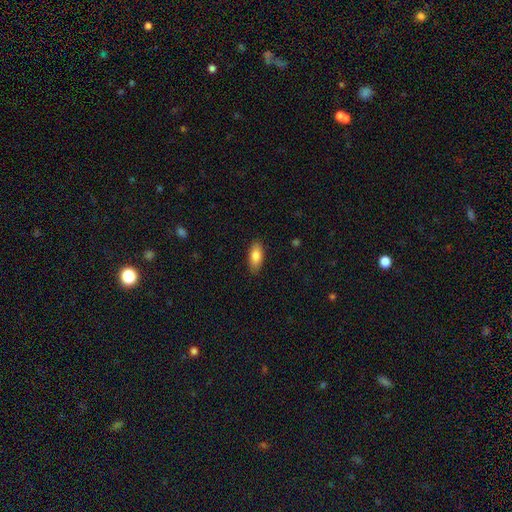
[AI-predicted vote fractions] Q: Smooth or featured?
A: smooth (84%); runner-up: featured or disk (9%)
Q: How rounded?
A: in between (87%); runner-up: cigar-shaped (10%)
Q: Merging?
A: none (87%); runner-up: minor disturbance (10%)